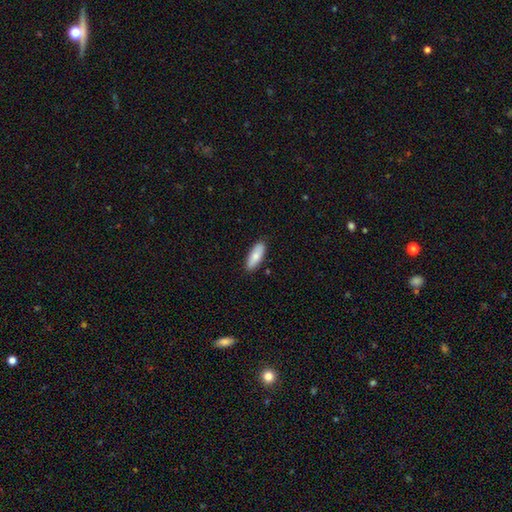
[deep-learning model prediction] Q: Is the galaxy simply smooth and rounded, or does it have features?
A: smooth — 80%.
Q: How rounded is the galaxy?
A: in between — 69%.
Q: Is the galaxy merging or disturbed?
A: none — 88%.